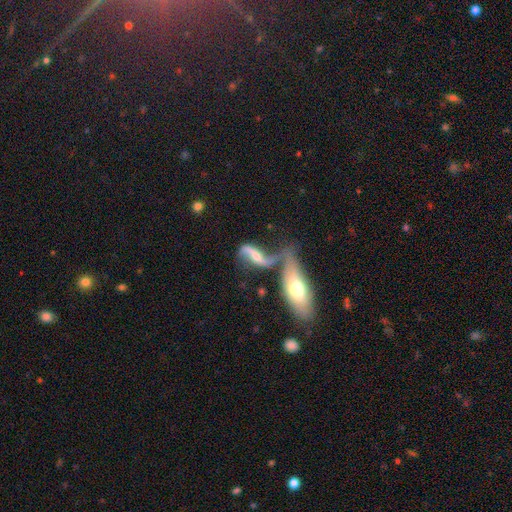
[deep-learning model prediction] The model was most divided on "bulge size": moderate: 45%, small: 41%, none: 7%, large: 6%, dominant: 2%. Remaining: spiral arm count — 2 (90%); spiral arms — yes (89%); spiral winding — loose (88%); edge-on disk — no (87%); smooth or featured — featured or disk (79%); merging — merger (45%); bar — weak (37%).